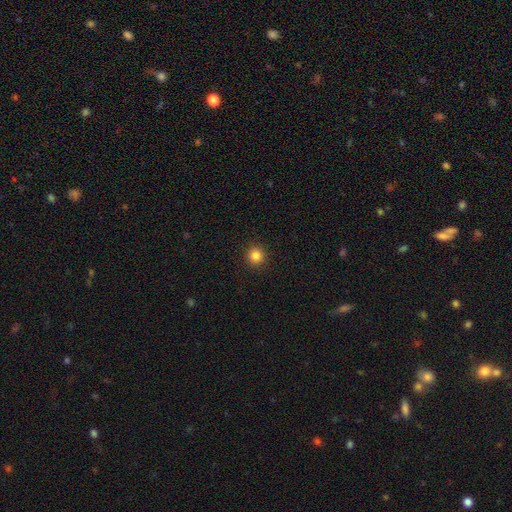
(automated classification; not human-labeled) A smooth galaxy with no disk features (84%) that is round (95%). Merging: none (93%).